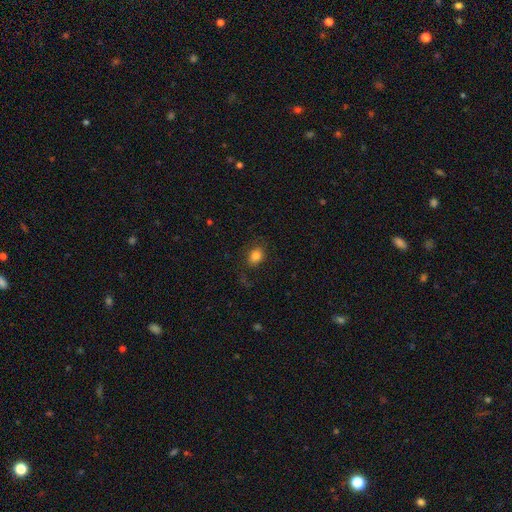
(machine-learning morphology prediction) Smooth or featured?
  - smooth: 82% *
  - star or artifact: 10%
  - featured or disk: 8%
How rounded?
  - in between: 56% *
  - round: 43%
  - cigar-shaped: 1%
Merging?
  - none: 77% *
  - minor disturbance: 14%
  - major disturbance: 8%
  - merger: 1%